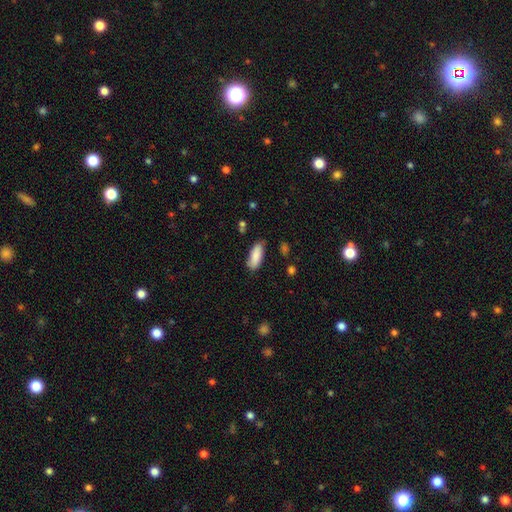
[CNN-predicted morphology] The model was most divided on "how rounded": in between: 77%, cigar-shaped: 21%, round: 2%. More confident: smooth or featured — smooth (85%); merging — none (75%).